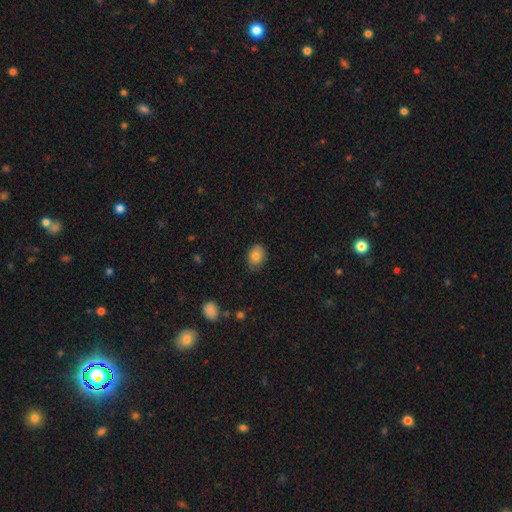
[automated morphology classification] The model was most divided on "how rounded": in between: 66%, round: 33%, cigar-shaped: 1%. More confident: smooth or featured — smooth (84%); merging — none (80%).